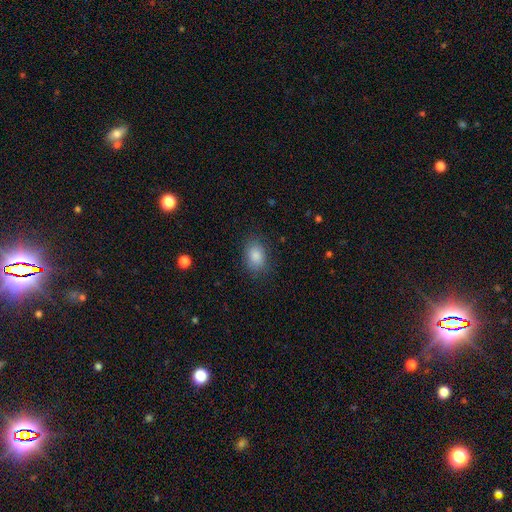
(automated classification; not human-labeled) smooth-or-featured: smooth: 86% | star or artifact: 8% | featured or disk: 6%
  how-rounded: in between: 78% | round: 21% | cigar-shaped: 1%
  merging: none: 82% | minor disturbance: 13% | major disturbance: 4% | merger: 1%